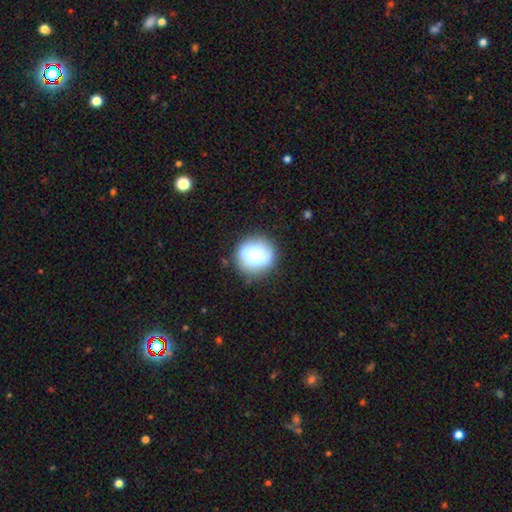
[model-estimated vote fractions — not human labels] Q: Smooth or featured?
A: smooth (73%); runner-up: featured or disk (17%)
Q: How rounded?
A: round (90%); runner-up: in between (9%)
Q: Merging?
A: none (85%); runner-up: minor disturbance (10%)